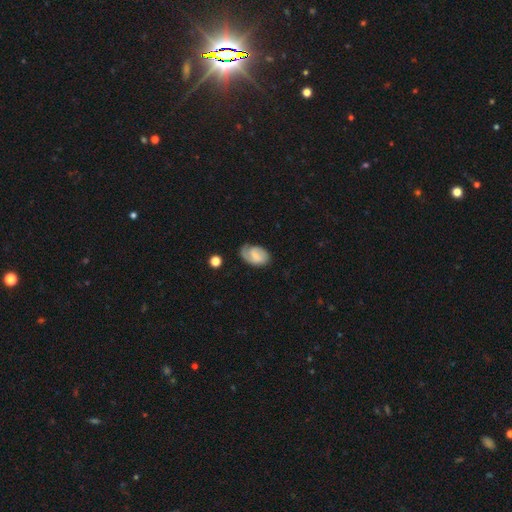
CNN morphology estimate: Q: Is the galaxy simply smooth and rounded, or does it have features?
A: featured or disk — 54%.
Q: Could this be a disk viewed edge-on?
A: no — 97%.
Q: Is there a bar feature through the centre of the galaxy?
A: weak — 49%.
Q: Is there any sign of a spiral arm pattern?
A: yes — 87%.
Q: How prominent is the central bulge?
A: small — 45%.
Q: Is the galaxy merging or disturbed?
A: none — 62%.